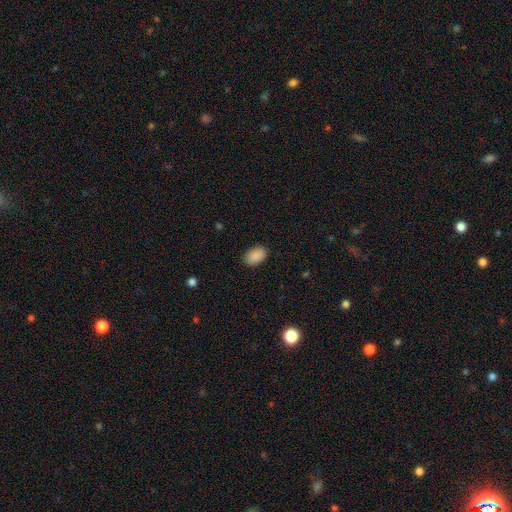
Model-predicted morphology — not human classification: smooth_or_featured: smooth (p=0.89) [alt: star or artifact p=0.07]
how_rounded: in between (p=0.87) [alt: round p=0.12]
merging: none (p=0.85) [alt: minor disturbance p=0.11]